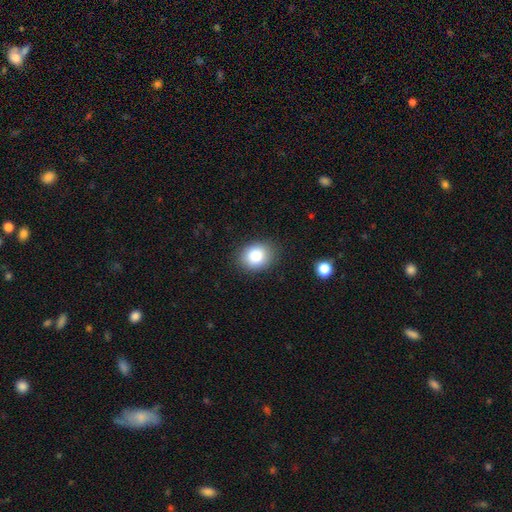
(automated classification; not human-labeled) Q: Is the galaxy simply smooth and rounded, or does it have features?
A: smooth — 84%.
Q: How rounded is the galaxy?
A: in between — 52%.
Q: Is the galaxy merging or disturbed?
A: none — 86%.